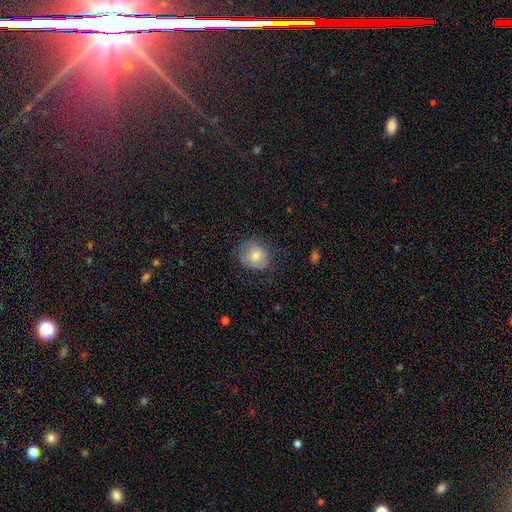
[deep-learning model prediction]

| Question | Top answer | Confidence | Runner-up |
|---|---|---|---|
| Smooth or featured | smooth | 69% | featured or disk (23%) |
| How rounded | round | 70% | in between (29%) |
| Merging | none | 62% | minor disturbance (26%) |